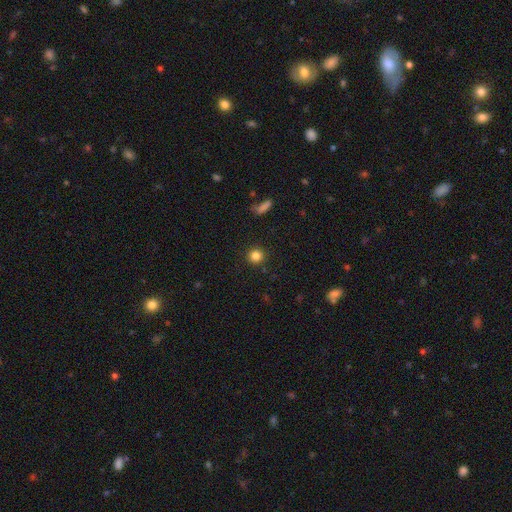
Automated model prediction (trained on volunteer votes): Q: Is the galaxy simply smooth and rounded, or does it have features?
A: smooth — 83%.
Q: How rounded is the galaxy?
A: round — 93%.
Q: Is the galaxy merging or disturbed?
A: none — 91%.